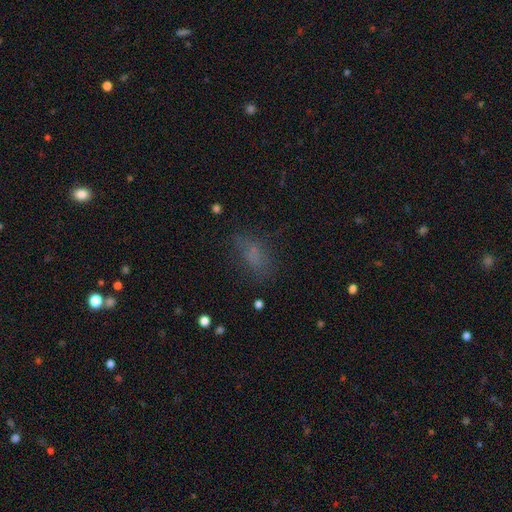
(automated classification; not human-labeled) A smooth galaxy with no disk features (66%) that is in between round and cigar-shaped (81%).

Vote fractions:
- Smooth or featured? smooth: 66% / star or artifact: 21% / featured or disk: 13%
- How rounded? in between: 81% / cigar-shaped: 10% / round: 9%
- Merging? none: 67% / minor disturbance: 19% / major disturbance: 12% / merger: 2%